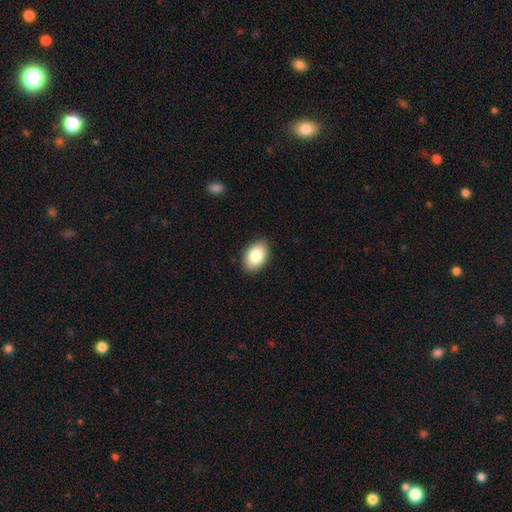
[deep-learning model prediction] Morphology: type=smooth (83%); roundness=in between (88%); merging=none (89%).